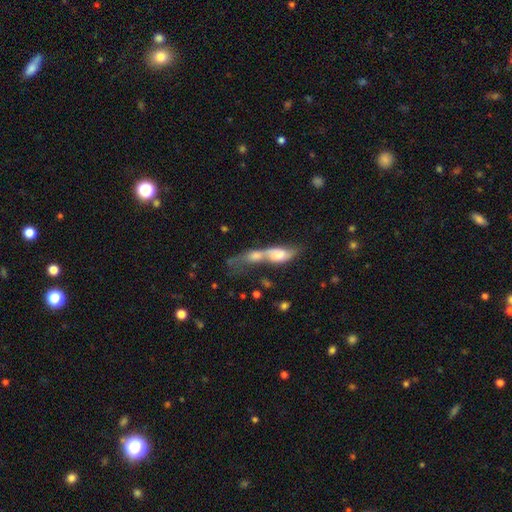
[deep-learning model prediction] smooth-or-featured: smooth: 56% | featured or disk: 34% | star or artifact: 9%
  how-rounded: in between: 64% | cigar-shaped: 25% | round: 11%
  merging: merger: 78% | none: 10% | major disturbance: 7% | minor disturbance: 5%